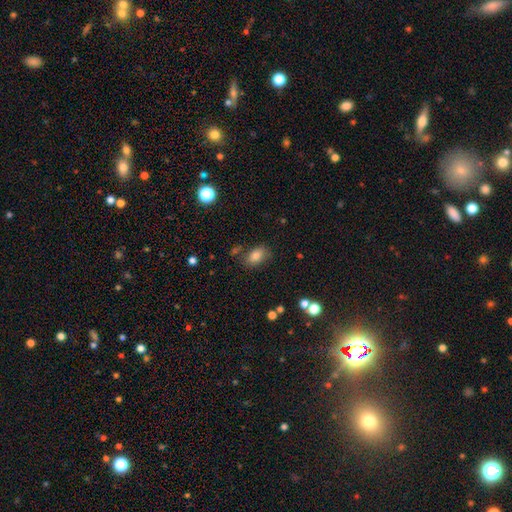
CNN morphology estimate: Smooth or featured? smooth (82%)
How rounded? in between (87%)
Merging? none (75%)